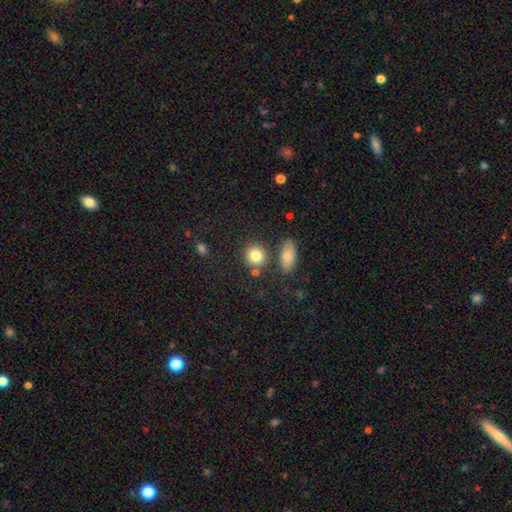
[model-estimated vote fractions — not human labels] Overall: smooth (82%). How rounded: round (79%). Merging: none (76%).